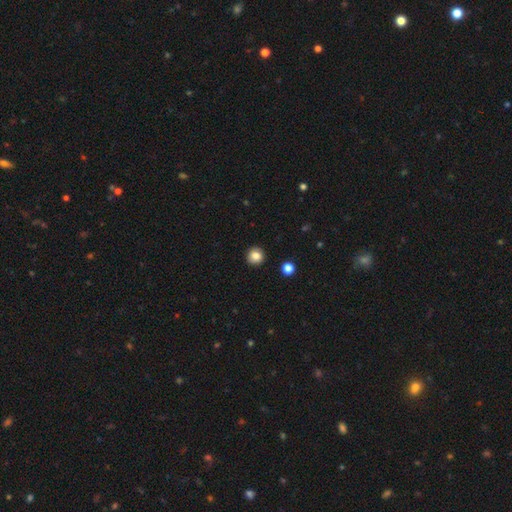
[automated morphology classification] Smooth or featured?
  - smooth: 84% *
  - star or artifact: 10%
  - featured or disk: 6%
How rounded?
  - round: 95% *
  - in between: 4%
  - cigar-shaped: 1%
Merging?
  - none: 93% *
  - minor disturbance: 4%
  - major disturbance: 1%
  - merger: 1%